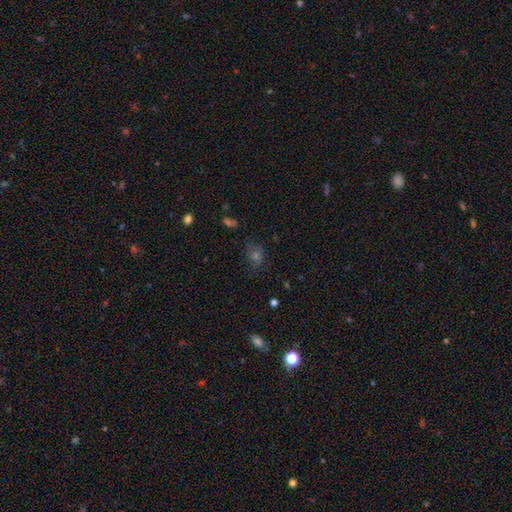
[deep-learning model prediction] smooth 45%, star or artifact 37%, featured or disk 18%. Down the decision tree: merging — none (70%).